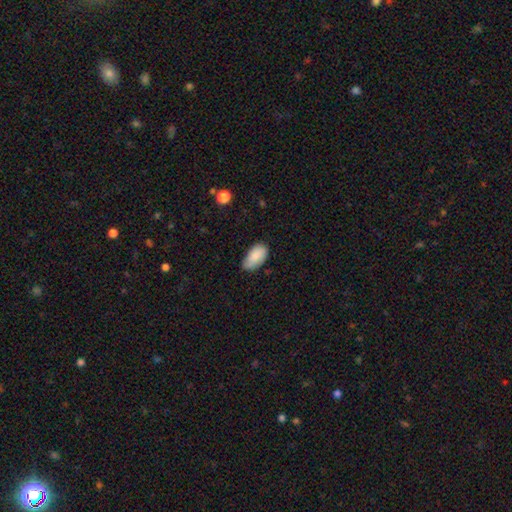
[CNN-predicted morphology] This appears to be a smooth galaxy with no disk features (87%) that is in between round and cigar-shaped (95%). Merging: none (64%).